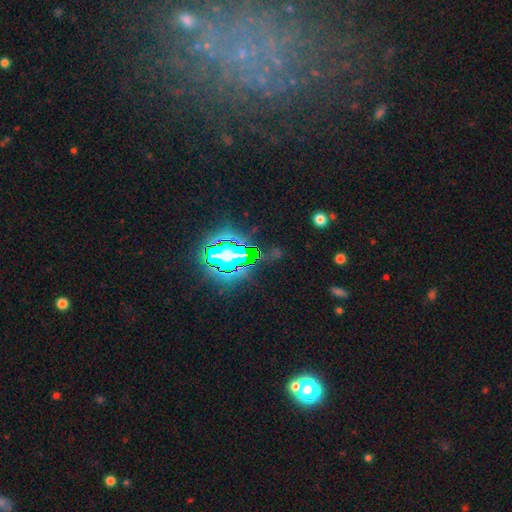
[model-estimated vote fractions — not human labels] This appears to be a star or artifact, not a galaxy (73%).